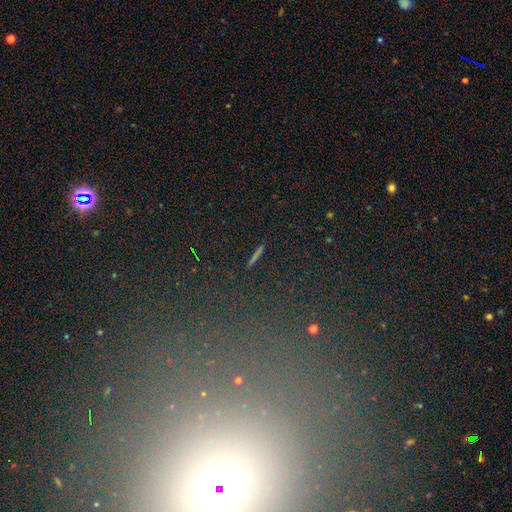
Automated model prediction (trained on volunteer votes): Morphology: type=star or artifact (46%).